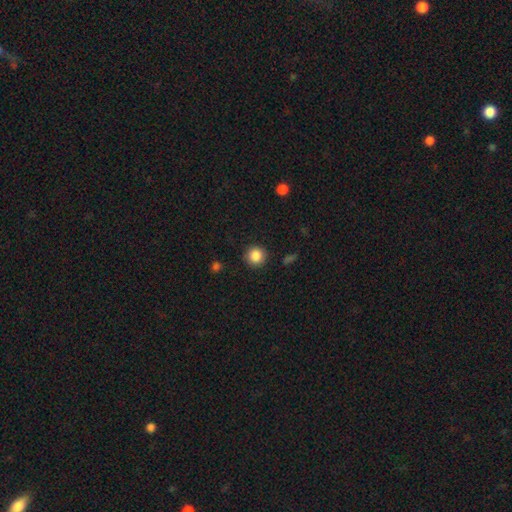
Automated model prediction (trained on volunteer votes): The model was most divided on "smooth or featured": smooth: 86%, star or artifact: 10%, featured or disk: 4%. More confident: how rounded — round (94%); merging — none (89%).